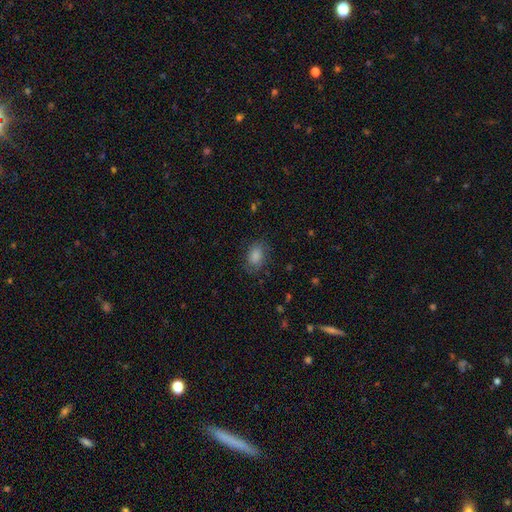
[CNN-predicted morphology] Smooth or featured?
  - smooth: 81% *
  - featured or disk: 10%
  - star or artifact: 8%
How rounded?
  - in between: 78% *
  - round: 21%
  - cigar-shaped: 1%
Merging?
  - none: 74% *
  - minor disturbance: 18%
  - major disturbance: 7%
  - merger: 1%